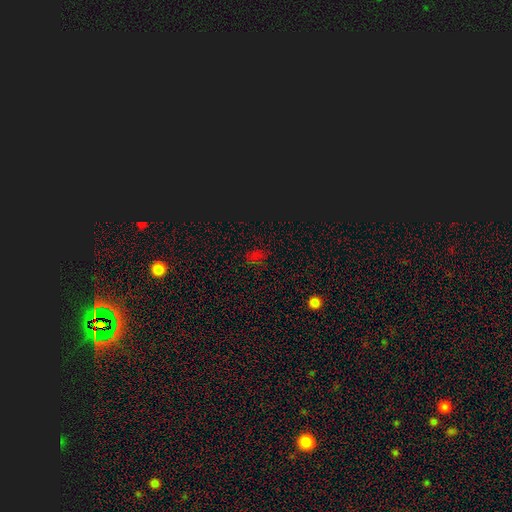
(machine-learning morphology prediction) type=star or artifact (51%).